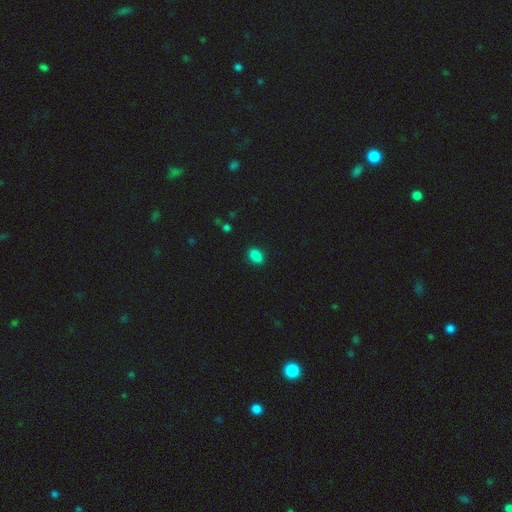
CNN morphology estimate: A smooth galaxy with no disk features (87%) that is in between round and cigar-shaped (86%). Merging: none (88%).